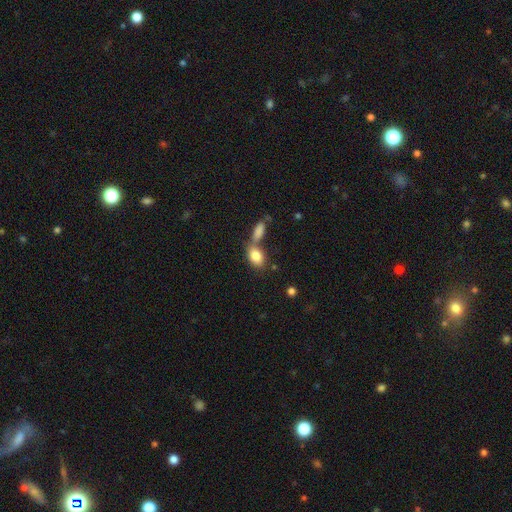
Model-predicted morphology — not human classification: smooth 83%, featured or disk 9%, star or artifact 7%. Down the decision tree: how rounded — in between (85%); merging — merger (46%).